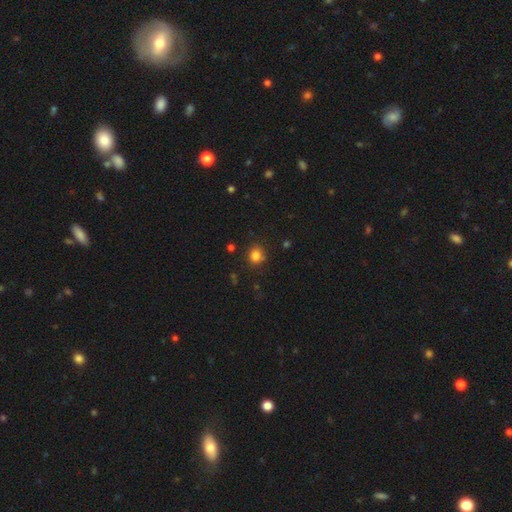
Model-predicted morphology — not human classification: The model was most divided on "how rounded": round: 72%, in between: 27%, cigar-shaped: 1%. More confident: smooth or featured — smooth (82%); merging — none (80%).